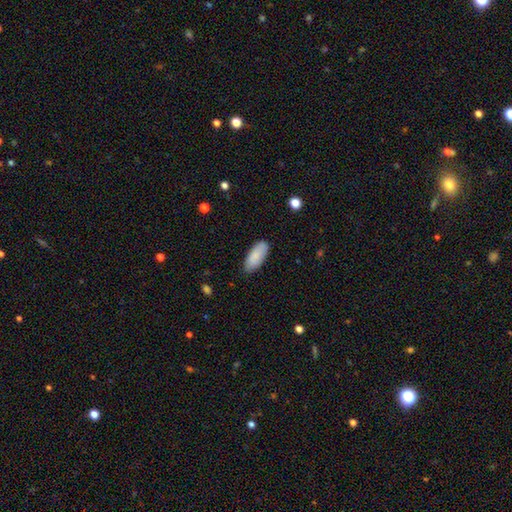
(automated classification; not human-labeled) Overall: smooth (87%). How rounded: in between (85%). Merging: none (83%).